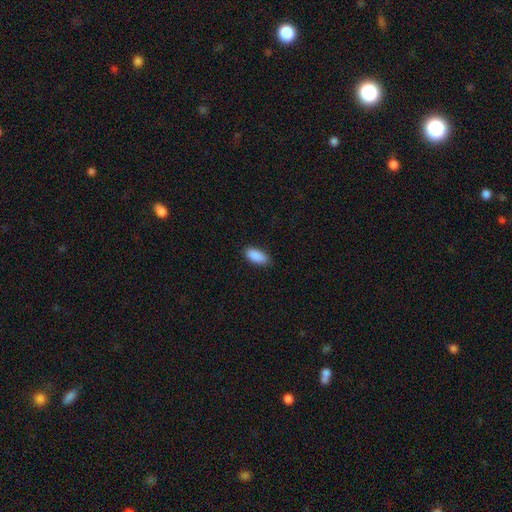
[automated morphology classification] A smooth galaxy with no disk features (90%) that is in between round and cigar-shaped (88%).

Vote fractions:
- Smooth or featured? smooth: 90% / star or artifact: 6% / featured or disk: 3%
- How rounded? in between: 88% / cigar-shaped: 10% / round: 2%
- Merging? none: 84% / minor disturbance: 13% / major disturbance: 2% / merger: 1%